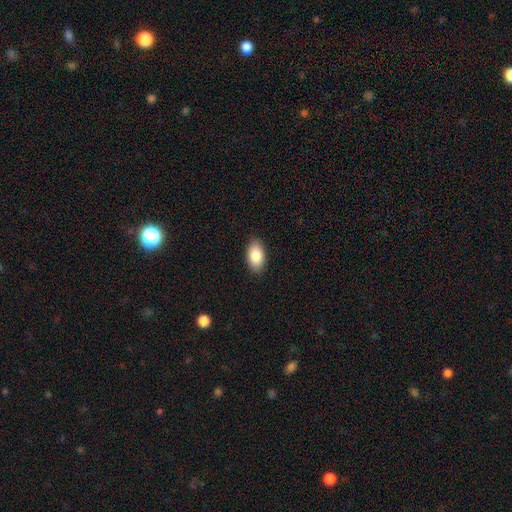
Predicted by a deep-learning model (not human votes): Overall: smooth (85%). How rounded: in between (93%). Merging: none (88%).